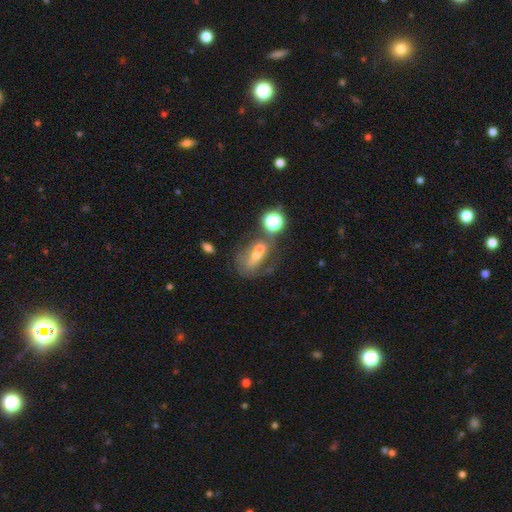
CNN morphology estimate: Smooth or featured? smooth (41%)
Merging? merger (36%)